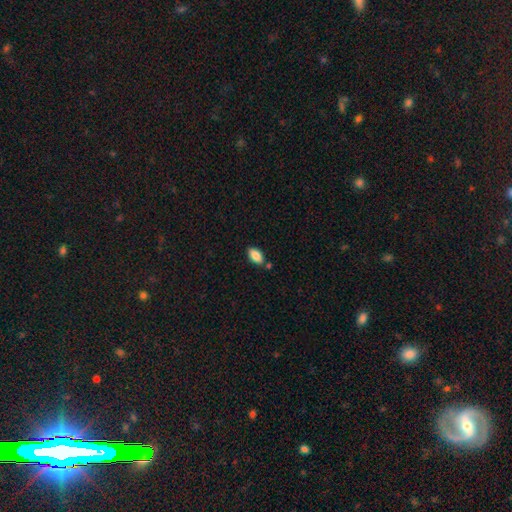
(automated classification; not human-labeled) Smooth or featured: smooth — 86% (star or artifact — 7%)
How rounded: in between — 93% (round — 4%)
Merging: none — 77% (minor disturbance — 13%)